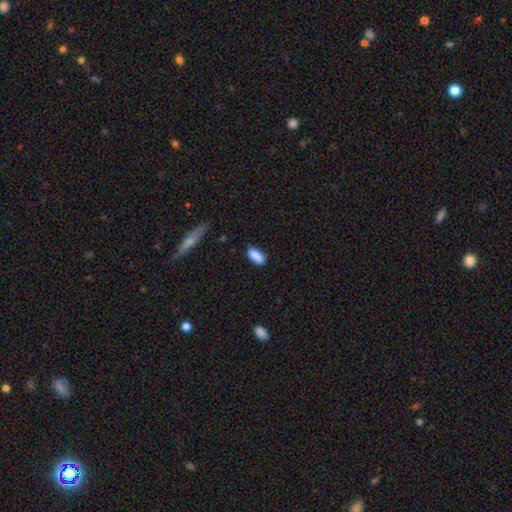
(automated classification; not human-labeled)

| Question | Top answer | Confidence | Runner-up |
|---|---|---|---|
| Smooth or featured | smooth | 87% | star or artifact (8%) |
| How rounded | in between | 82% | cigar-shaped (15%) |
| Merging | none | 73% | minor disturbance (21%) |